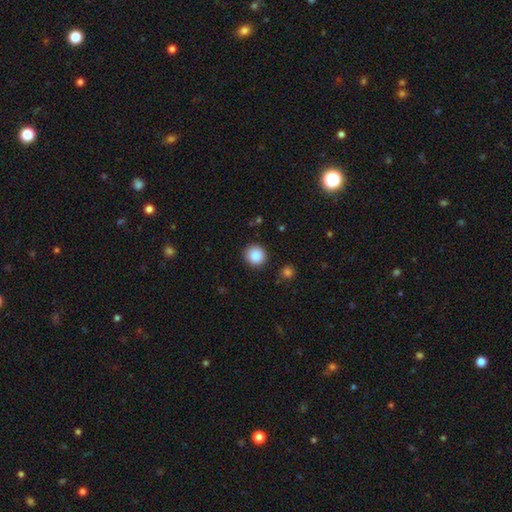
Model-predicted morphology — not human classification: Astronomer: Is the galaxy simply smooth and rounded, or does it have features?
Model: smooth — 87%.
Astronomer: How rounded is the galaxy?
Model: round — 92%.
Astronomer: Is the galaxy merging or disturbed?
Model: none — 90%.